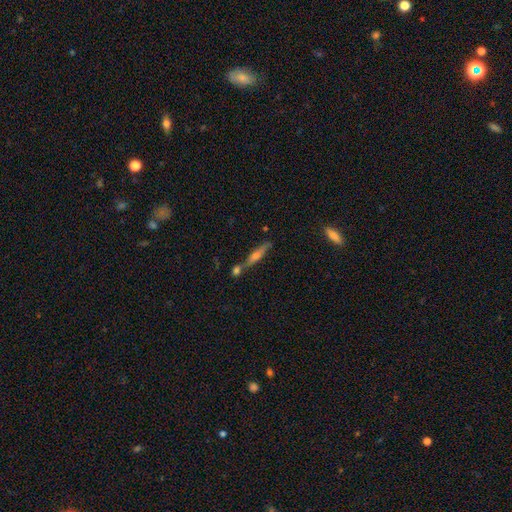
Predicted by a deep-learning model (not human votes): Smooth or featured: featured or disk — 61% (smooth — 30%)
Edge-on disk: yes — 92% (no — 8%)
Edge-on bulge: rounded — 80% (boxy — 10%)
Merging: none — 64% (merger — 20%)